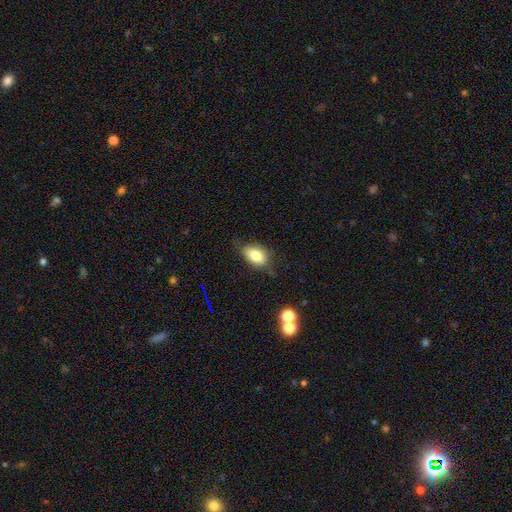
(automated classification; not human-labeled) smooth_or_featured: smooth (p=0.78) [alt: featured or disk p=0.13]
how_rounded: in between (p=0.84) [alt: round p=0.14]
merging: none (p=0.59) [alt: minor disturbance p=0.29]